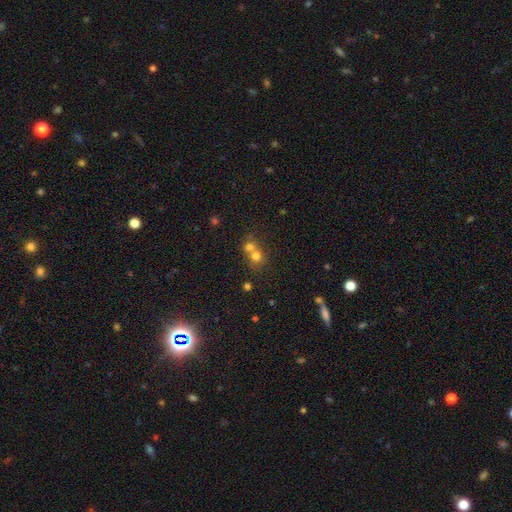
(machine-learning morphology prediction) smooth_or_featured: smooth (p=0.71) [alt: star or artifact p=0.15]
how_rounded: round (p=0.81) [alt: in between p=0.18]
merging: merger (p=0.60) [alt: none p=0.33]